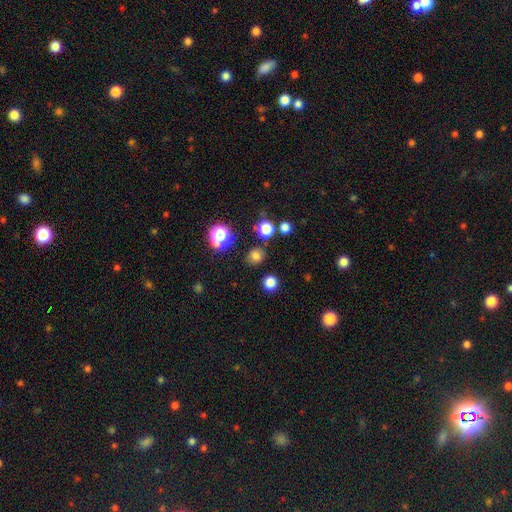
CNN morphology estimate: smooth_or_featured: smooth (p=0.71) [alt: star or artifact p=0.23]
how_rounded: round (p=0.81) [alt: in between p=0.18]
merging: none (p=0.81) [alt: minor disturbance p=0.10]